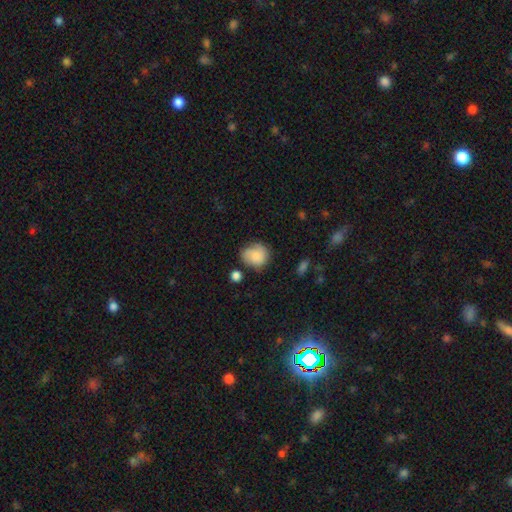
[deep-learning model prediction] Smooth or featured? Predicted: smooth (p=0.77). How rounded? Predicted: round (p=0.73). Merging? Predicted: none (p=0.61).